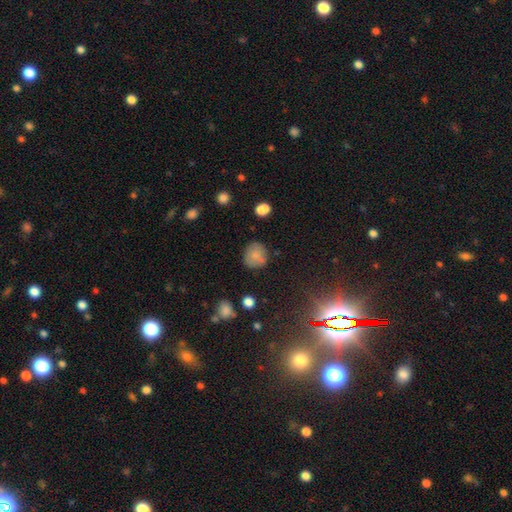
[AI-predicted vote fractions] Smooth or featured?
  - smooth: 77% *
  - featured or disk: 12%
  - star or artifact: 11%
How rounded?
  - round: 82% *
  - in between: 17%
  - cigar-shaped: 1%
Merging?
  - none: 73% *
  - minor disturbance: 16%
  - merger: 7%
  - major disturbance: 4%